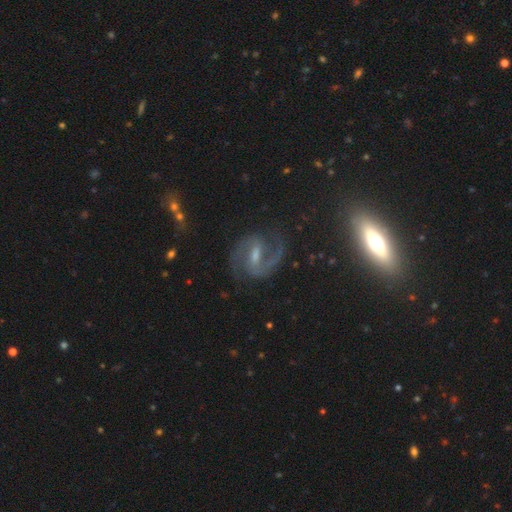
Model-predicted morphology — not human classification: This is clearly a featured or disk galaxy (89%). It is clearly not viewed edge-on (98%). Bar: possibly weak (52%). Spiral arm pattern: clearly yes (98%). Spiral arm count: clearly 2 (93%). Spiral winding: likely medium (64%). Central bulge: marginally moderate (44%). Merging: likely none (79%).